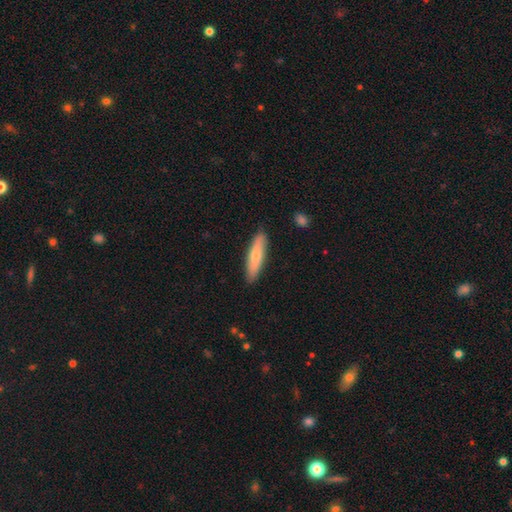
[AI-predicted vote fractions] This is likely a smooth galaxy (72%). How rounded: likely cigar-shaped (75%). Merging: clearly none (88%).